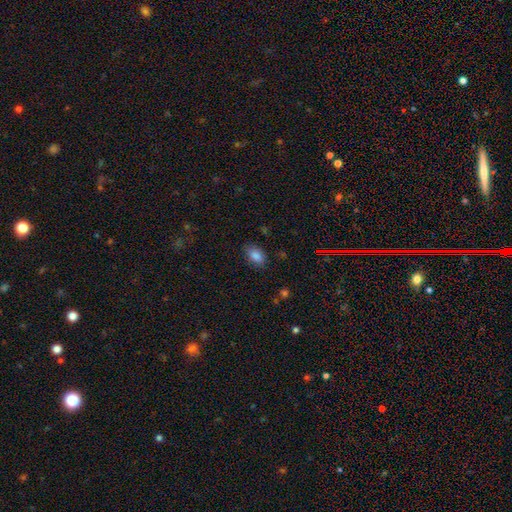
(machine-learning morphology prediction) Smooth or featured? Predicted: smooth (p=0.85). How rounded? Predicted: in between (p=0.89). Merging? Predicted: none (p=0.82).